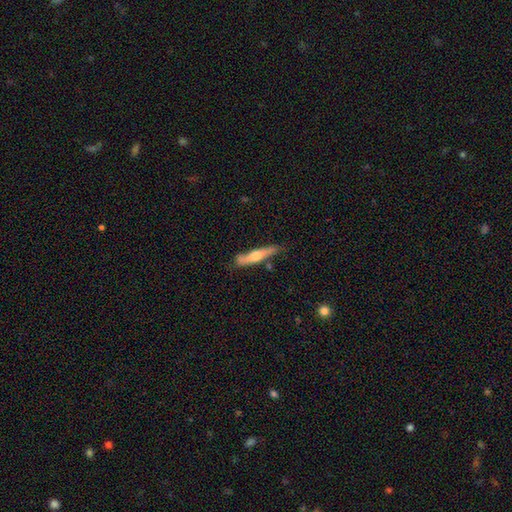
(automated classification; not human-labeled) Smooth or featured? featured or disk (49%)
Merging? none (69%)